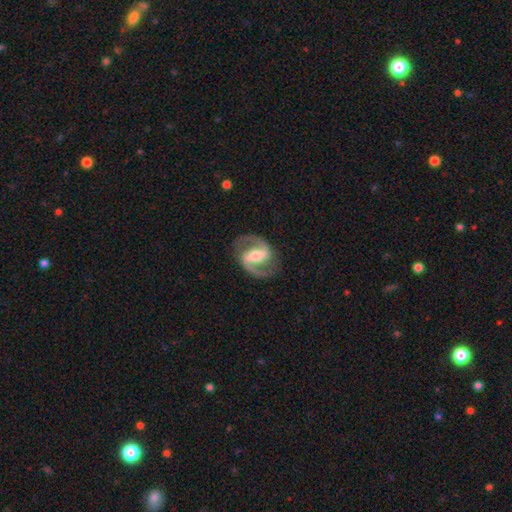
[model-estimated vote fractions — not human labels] smooth-or-featured: featured or disk: 91% | smooth: 5% | star or artifact: 4%
  disk-edge-on: no: 98% | yes: 2%
    bar: strong: 54% | weak: 33% | no: 13%
    has-spiral-arms: yes: 97% | no: 3%
      spiral-winding: medium: 60% | loose: 23% | tight: 16%
      spiral-arm-count: 2: 94% | can't tell: 2% | 1: 1% | 3: 1% | 4: 1% | more than 4: 1%
    bulge-size: moderate: 51% | small: 35% | large: 9% | none: 4% | dominant: 1%
  merging: none: 84% | minor disturbance: 10% | major disturbance: 4% | merger: 1%